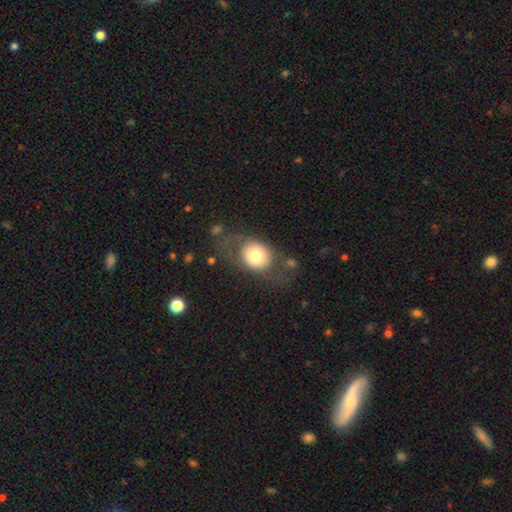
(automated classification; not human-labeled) A smooth galaxy with no disk features (69%) that is round (52%). Merging: none (62%).